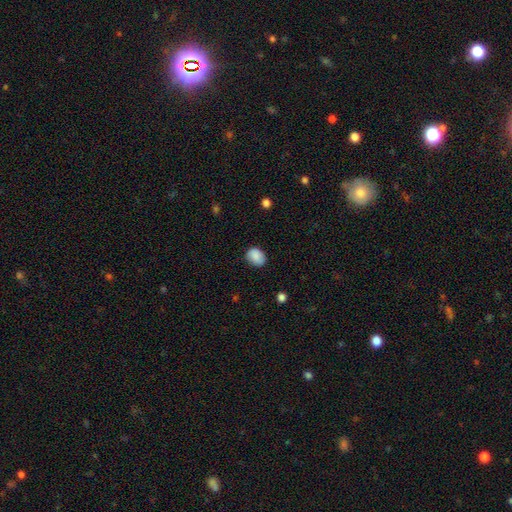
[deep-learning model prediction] Morphology: type=smooth (87%); roundness=in between (61%); merging=none (78%).